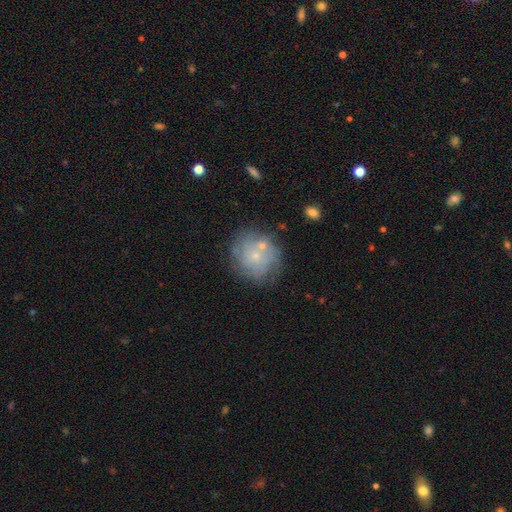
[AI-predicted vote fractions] Smooth or featured?
  - featured or disk: 54% *
  - smooth: 36%
  - star or artifact: 10%
Edge-on disk?
  - no: 97% *
  - yes: 3%
Bar?
  - no: 87% *
  - weak: 11%
  - strong: 2%
Spiral arms?
  - yes: 65% *
  - no: 35%
Bulge size?
  - small: 77% *
  - moderate: 17%
  - none: 4%
  - large: 1%
  - dominant: 1%
Merging?
  - none: 63% *
  - minor disturbance: 18%
  - merger: 11%
  - major disturbance: 8%